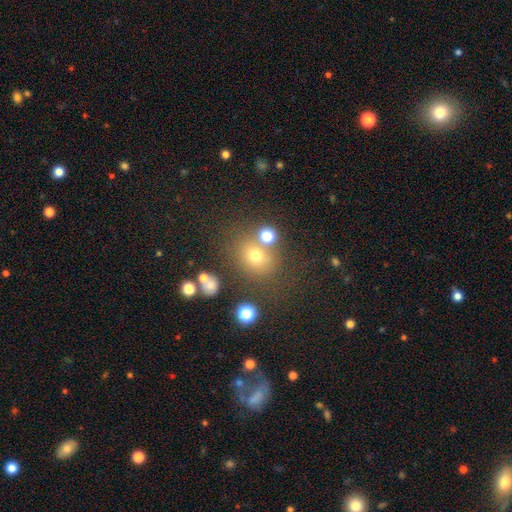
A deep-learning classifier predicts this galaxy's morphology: This is likely a smooth galaxy (68%). How rounded: likely round (76%). Merging: likely none (68%).